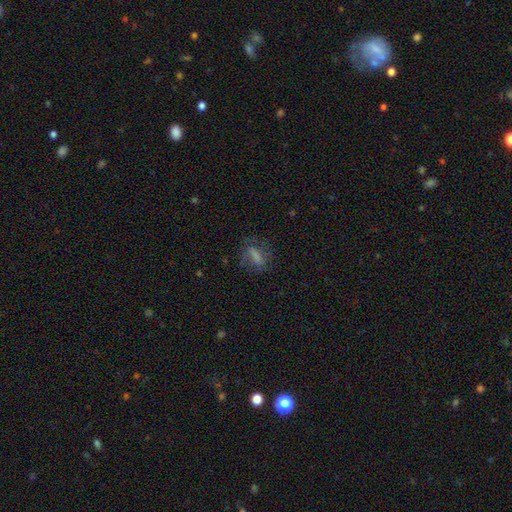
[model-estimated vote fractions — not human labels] This is possibly a smooth galaxy (54%). How rounded: possibly in between (59%). Merging: possibly none (56%).